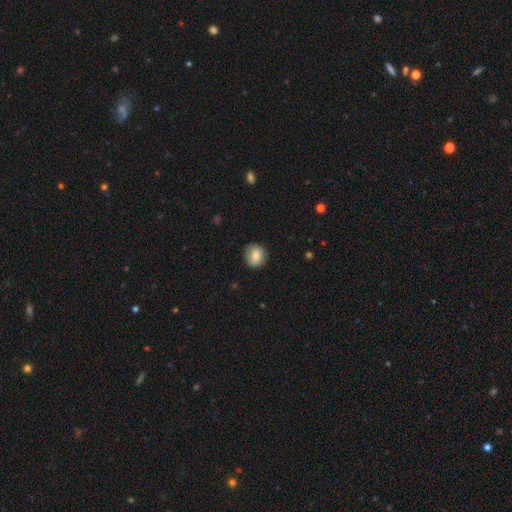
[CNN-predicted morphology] A smooth galaxy with no disk features (75%) that is round (80%).

Vote fractions:
- Smooth or featured? smooth: 75% / featured or disk: 17% / star or artifact: 8%
- How rounded? round: 80% / in between: 19% / cigar-shaped: 1%
- Merging? none: 85% / minor disturbance: 12% / major disturbance: 3% / merger: 1%